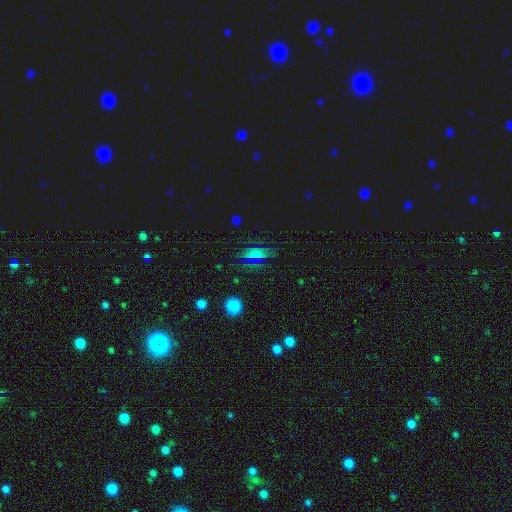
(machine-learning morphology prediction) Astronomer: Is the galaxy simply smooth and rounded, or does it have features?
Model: smooth — 53% (runner-up: star or artifact, 28%).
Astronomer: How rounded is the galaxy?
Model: in between — 72%.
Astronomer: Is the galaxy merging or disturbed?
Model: none — 73%.